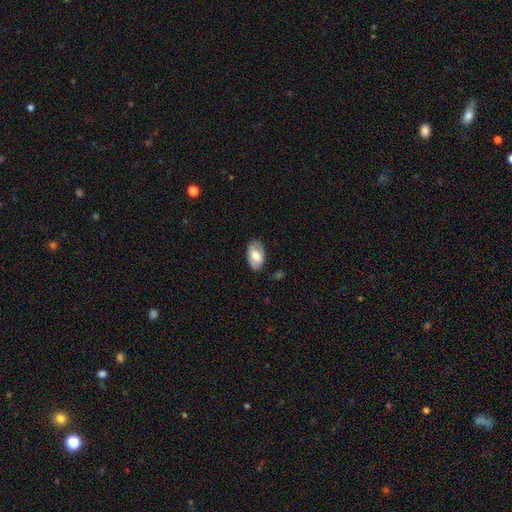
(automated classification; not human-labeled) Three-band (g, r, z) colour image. It shows a smooth galaxy with no disk features (68%) that is in between round and cigar-shaped (93%). Merging: none (80%).